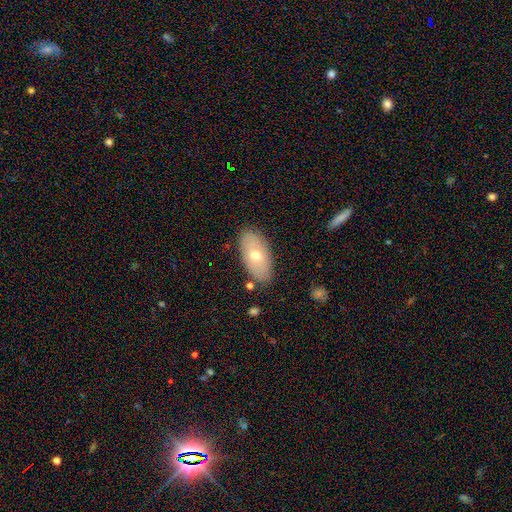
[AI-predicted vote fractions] Morphology: type=smooth (56%); roundness=in between (93%); merging=none (83%).